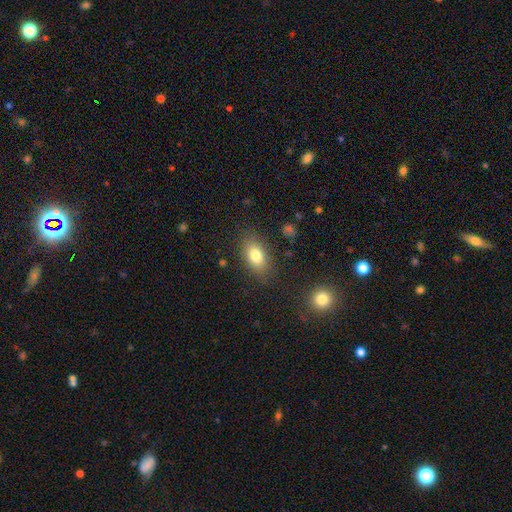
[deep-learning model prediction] A smooth galaxy with no disk features (80%) that is in between round and cigar-shaped (87%).

Vote fractions:
- Smooth or featured? smooth: 80% / featured or disk: 11% / star or artifact: 9%
- How rounded? in between: 87% / round: 10% / cigar-shaped: 3%
- Merging? none: 83% / minor disturbance: 11% / major disturbance: 4% / merger: 2%